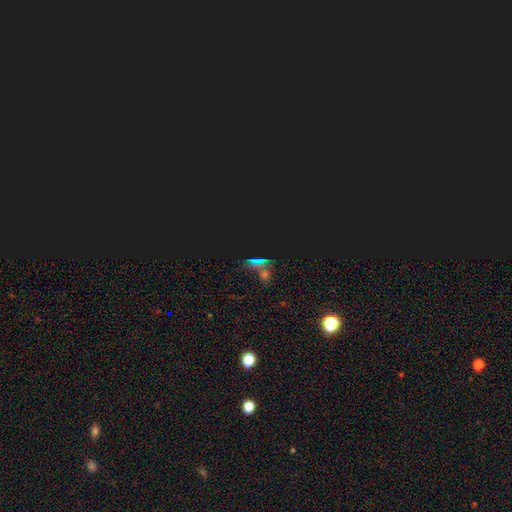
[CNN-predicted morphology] A star or artifact, not a galaxy (72%).

Vote fractions:
- Smooth or featured? star or artifact: 72% / smooth: 18% / featured or disk: 9%